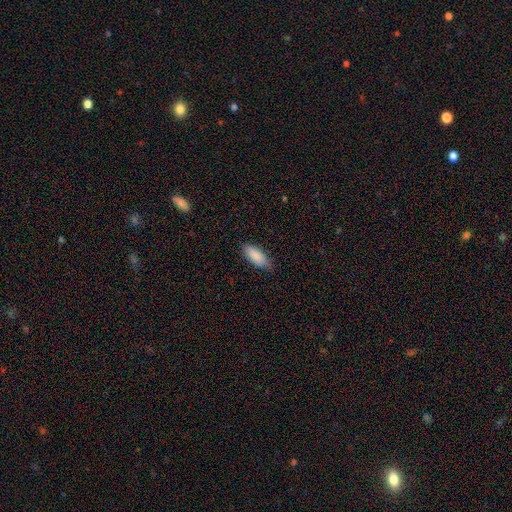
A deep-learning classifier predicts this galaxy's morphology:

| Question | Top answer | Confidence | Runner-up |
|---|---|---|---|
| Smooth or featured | smooth | 88% | star or artifact (6%) |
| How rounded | in between | 80% | cigar-shaped (19%) |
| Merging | none | 80% | minor disturbance (16%) |